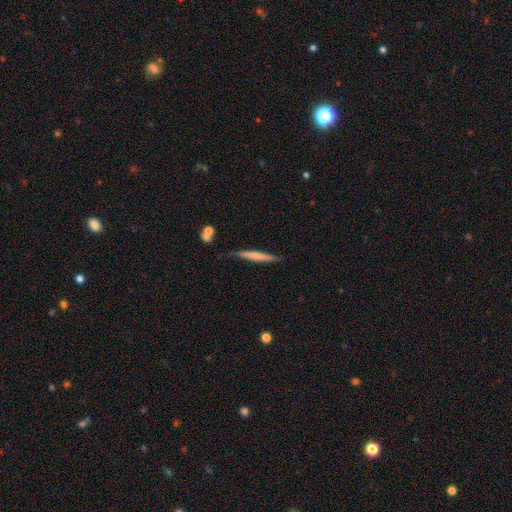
smooth 60%, featured or disk 38%, star or artifact 2%. Down the decision tree: how rounded — cigar-shaped (88%); merging — none (82%).